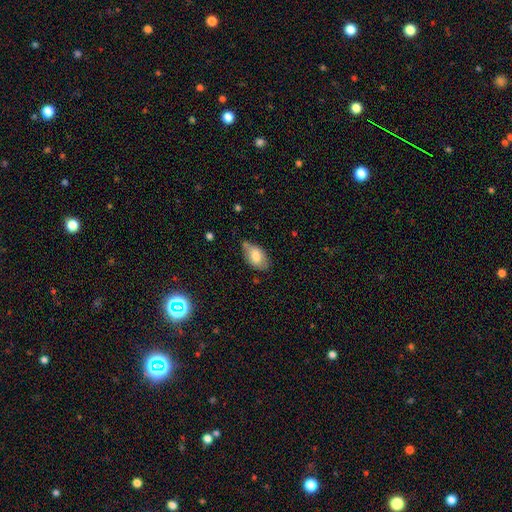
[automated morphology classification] smooth_or_featured: smooth (p=0.74) [alt: featured or disk p=0.19]
how_rounded: in between (p=0.93) [alt: round p=0.05]
merging: none (p=0.62) [alt: minor disturbance p=0.27]